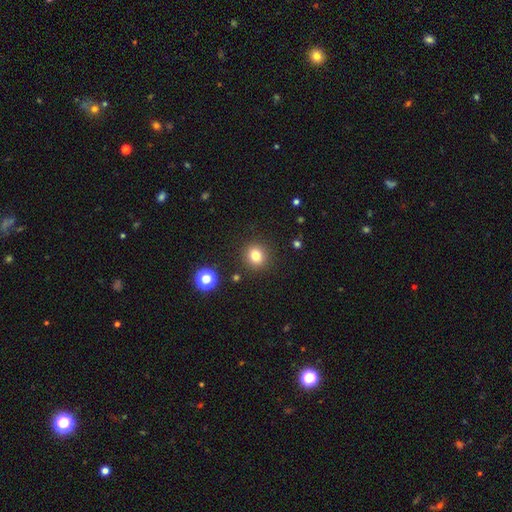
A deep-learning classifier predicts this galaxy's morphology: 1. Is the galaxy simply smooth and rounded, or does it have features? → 80% smooth, 13% star or artifact, 7% featured or disk.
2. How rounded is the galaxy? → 84% round, 15% in between, 1% cigar-shaped.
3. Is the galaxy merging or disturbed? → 89% none, 7% minor disturbance, 2% major disturbance, 2% merger.